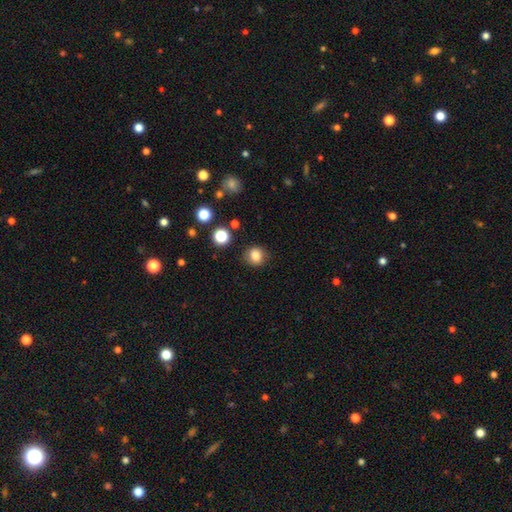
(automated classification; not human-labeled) Morphology: type=smooth (81%); roundness=round (77%); merging=none (82%).